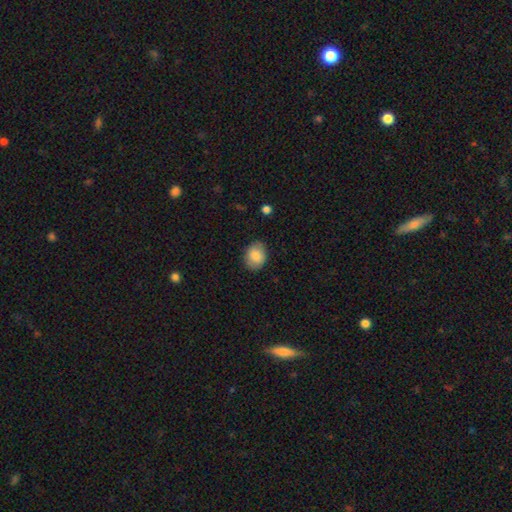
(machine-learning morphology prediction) smooth 84%, featured or disk 8%, star or artifact 7%. Down the decision tree: how rounded — in between (57%); merging — none (83%).